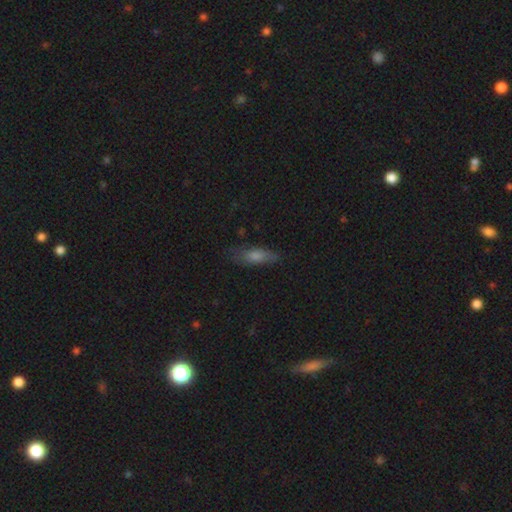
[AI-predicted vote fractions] smooth_or_featured: smooth (p=0.62) [alt: featured or disk p=0.26]
how_rounded: in between (p=0.50) [alt: cigar-shaped p=0.47]
merging: none (p=0.73) [alt: minor disturbance p=0.20]